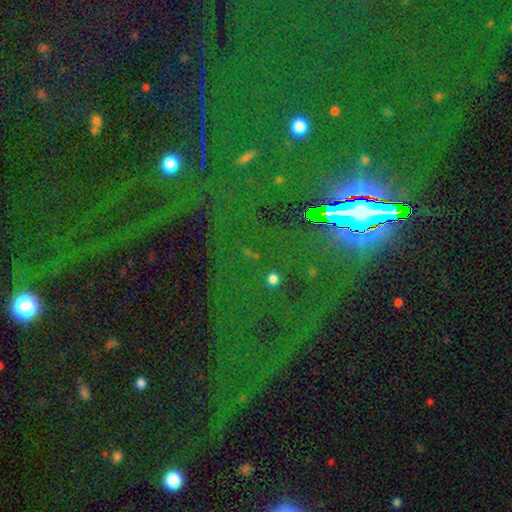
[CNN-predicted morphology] The model was most divided on "smooth or featured": star or artifact: 85%, smooth: 7%, featured or disk: 7%.